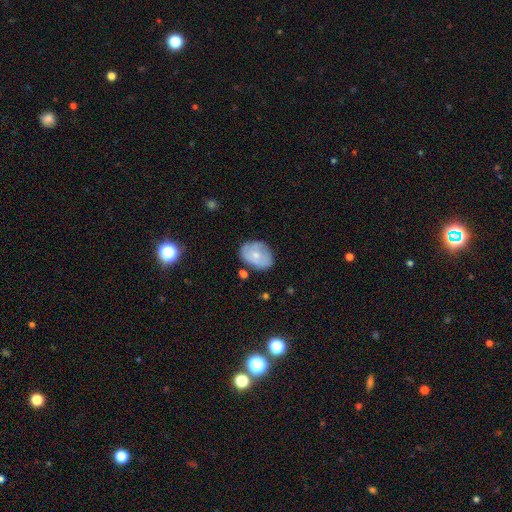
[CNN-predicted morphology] smooth 58%, featured or disk 35%, star or artifact 7%. Down the decision tree: how rounded — in between (72%); merging — none (66%).